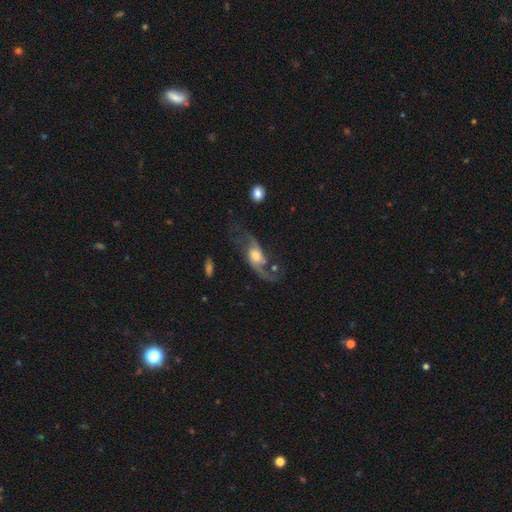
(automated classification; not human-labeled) A featured or disk galaxy (85%) with no bar (56%), 2 (90%) loose (76%) spiral arms (95%) and a moderate central bulge (55%). Merging: none (56%).